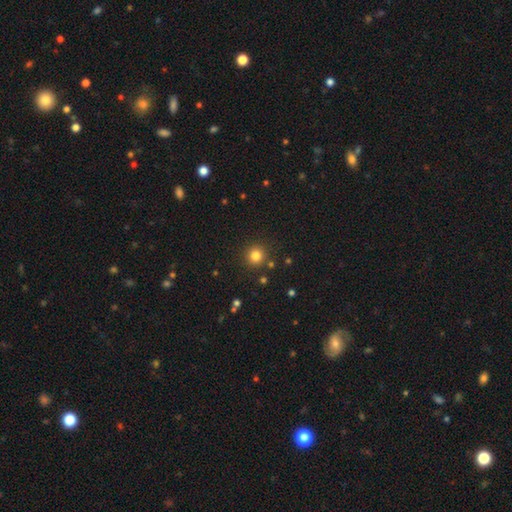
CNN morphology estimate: The model was most divided on "smooth or featured": smooth: 81%, star or artifact: 13%, featured or disk: 5%. More confident: how rounded — round (94%); merging — none (89%).